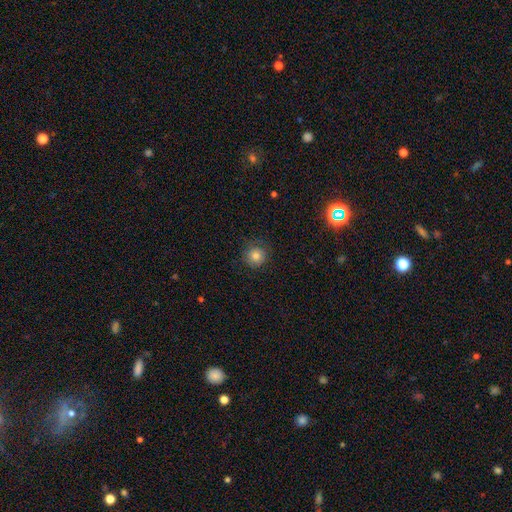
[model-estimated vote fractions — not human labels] Smooth or featured? smooth (80%)
How rounded? round (93%)
Merging? none (80%)